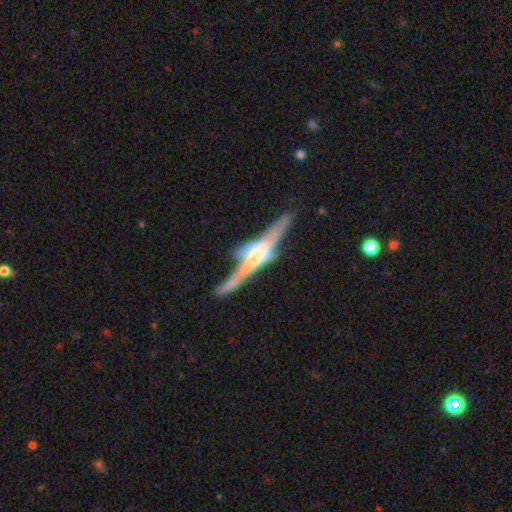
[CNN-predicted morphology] type=featured or disk (80%); edge-on=yes (90%); edge-on bulge=rounded (58%); merging=none (58%).